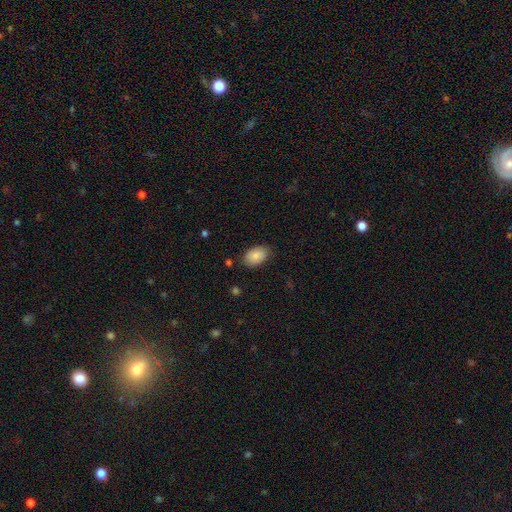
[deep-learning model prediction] A smooth galaxy with no disk features (85%) that is in between round and cigar-shaped (91%).

Vote fractions:
- Smooth or featured? smooth: 85% / featured or disk: 9% / star or artifact: 7%
- How rounded? in between: 91% / round: 8% / cigar-shaped: 1%
- Merging? none: 80% / minor disturbance: 15% / major disturbance: 3% / merger: 1%